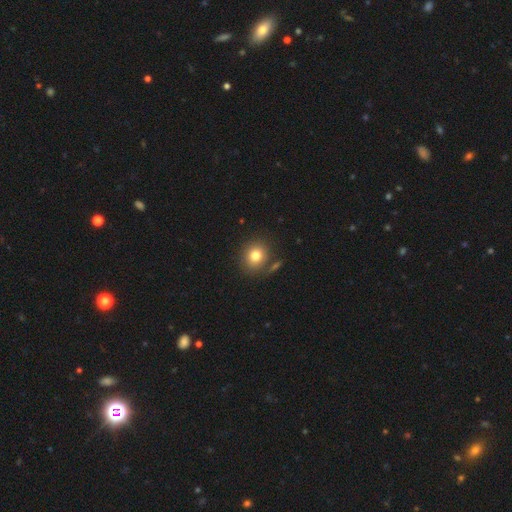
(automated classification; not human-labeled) Smooth or featured? smooth (78%)
How rounded? round (81%)
Merging? none (80%)